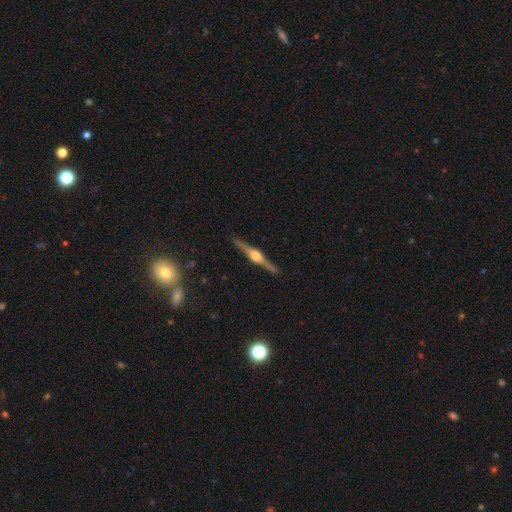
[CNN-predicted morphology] Smooth or featured: featured or disk — 86% (smooth — 9%)
Edge-on disk: yes — 98% (no — 2%)
Edge-on bulge: rounded — 93% (boxy — 5%)
Merging: none — 92% (minor disturbance — 6%)